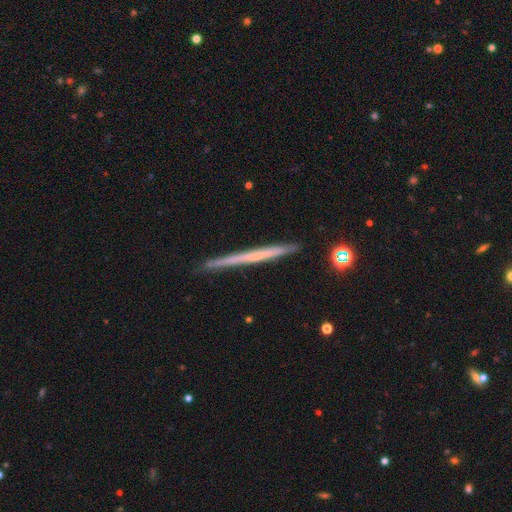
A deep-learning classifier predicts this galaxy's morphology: Smooth or featured?
  - featured or disk: 57% *
  - smooth: 37%
  - star or artifact: 6%
Edge-on disk?
  - yes: 97% *
  - no: 3%
Edge-on bulge?
  - none: 90% *
  - rounded: 7%
  - boxy: 3%
Merging?
  - none: 89% *
  - minor disturbance: 8%
  - merger: 1%
  - major disturbance: 1%